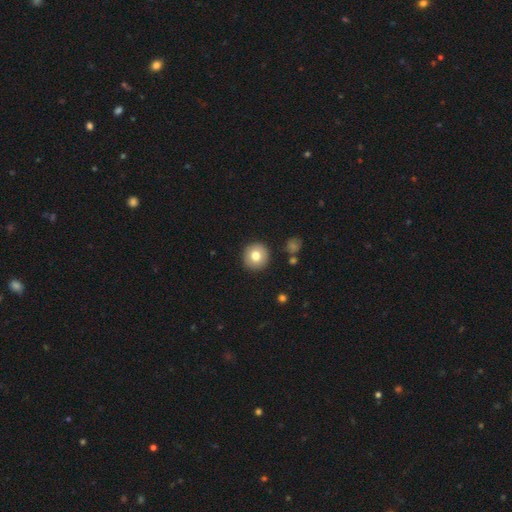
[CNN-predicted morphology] smooth_or_featured: smooth (p=0.78) [alt: featured or disk p=0.13]
how_rounded: round (p=0.94) [alt: in between p=0.05]
merging: none (p=0.91) [alt: minor disturbance p=0.06]